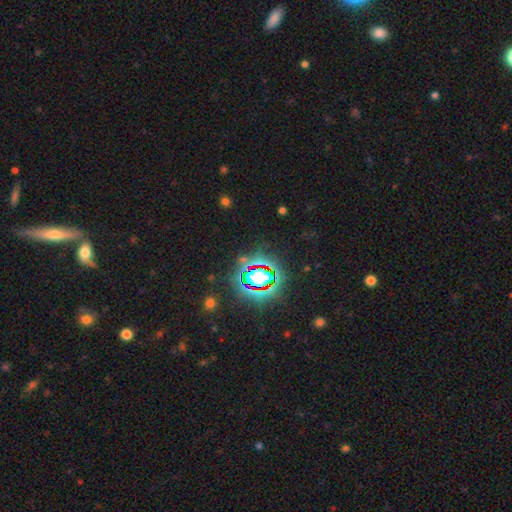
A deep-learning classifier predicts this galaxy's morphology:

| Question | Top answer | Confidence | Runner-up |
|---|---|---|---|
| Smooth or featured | star or artifact | 80% | smooth (12%) |